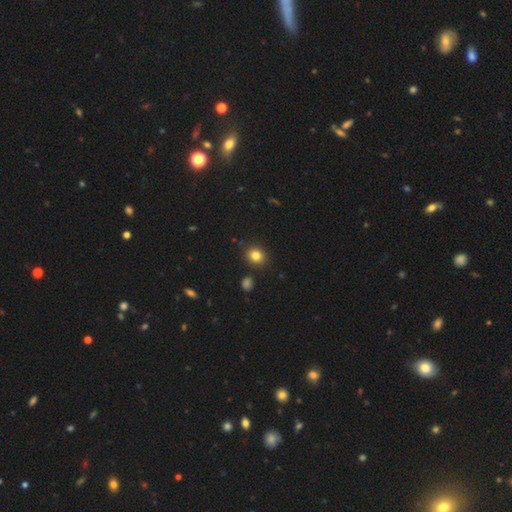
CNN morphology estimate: Smooth or featured? smooth (82%)
How rounded? round (74%)
Merging? none (87%)